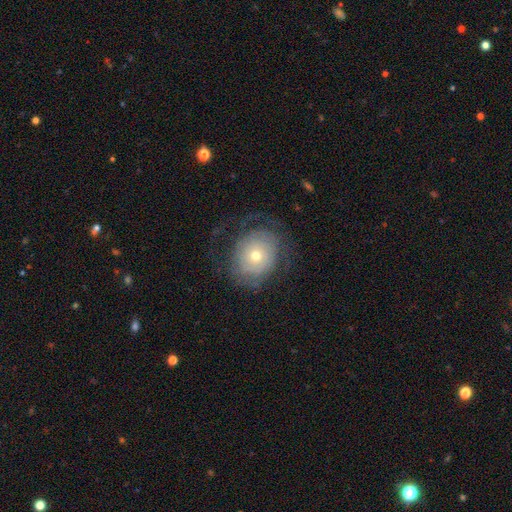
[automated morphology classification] Smooth or featured? featured or disk (53%)
Edge-on disk? no (96%)
Bar? no (87%)
Spiral arms? yes (63%)
Bulge size? small (53%)
Merging? none (63%)